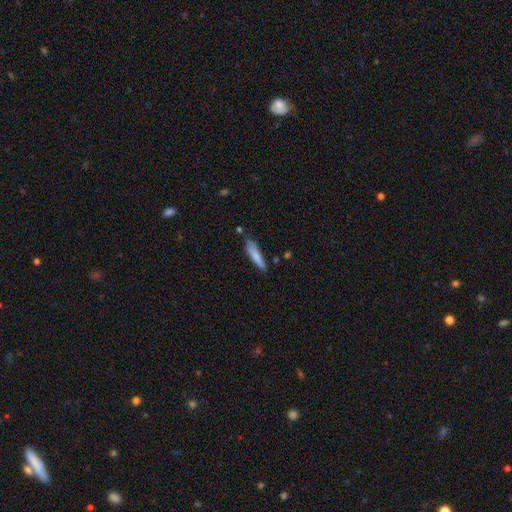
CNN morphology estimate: Q: Smooth or featured?
A: smooth (79%); runner-up: featured or disk (15%)
Q: How rounded?
A: cigar-shaped (82%); runner-up: in between (16%)
Q: Merging?
A: none (69%); runner-up: minor disturbance (22%)